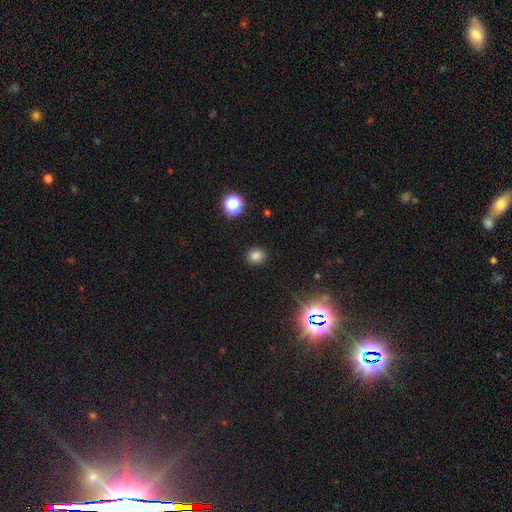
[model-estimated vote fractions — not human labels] A smooth galaxy with no disk features (80%) that is round (69%).

Vote fractions:
- Smooth or featured? smooth: 80% / star or artifact: 15% / featured or disk: 5%
- How rounded? round: 69% / in between: 30% / cigar-shaped: 1%
- Merging? none: 89% / minor disturbance: 7% / major disturbance: 2% / merger: 1%